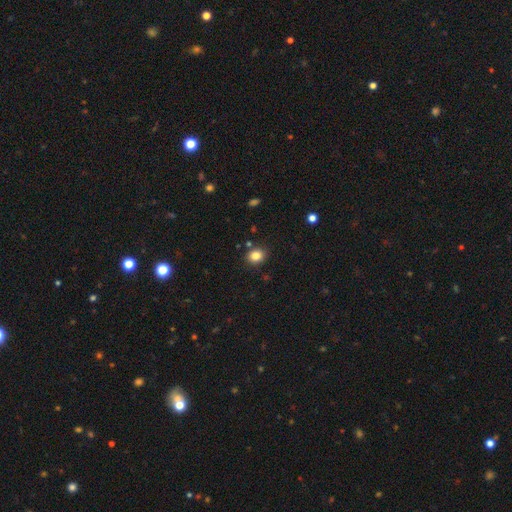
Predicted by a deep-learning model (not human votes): Smooth or featured?
  - smooth: 84% *
  - star or artifact: 10%
  - featured or disk: 5%
How rounded?
  - round: 56% *
  - in between: 43%
  - cigar-shaped: 1%
Merging?
  - none: 85% *
  - minor disturbance: 10%
  - merger: 3%
  - major disturbance: 2%